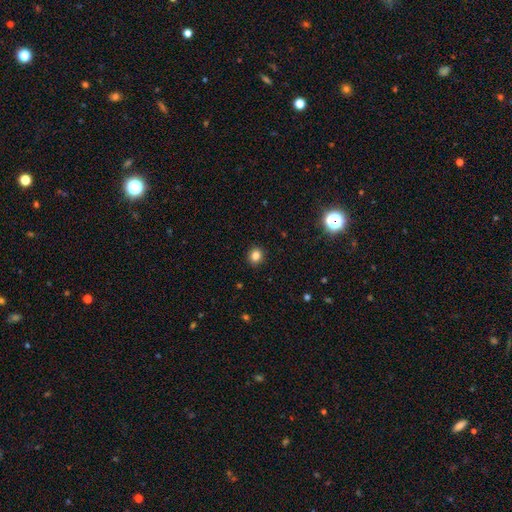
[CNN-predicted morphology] smooth 83%, star or artifact 12%, featured or disk 5%. Down the decision tree: how rounded — round (79%); merging — none (91%).